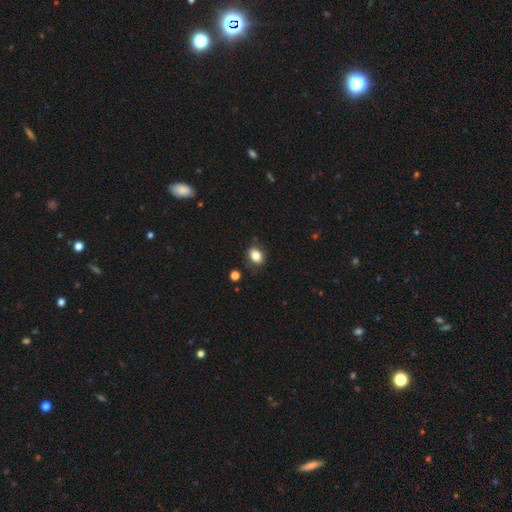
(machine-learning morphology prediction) Q: Smooth or featured?
A: smooth (82%); runner-up: star or artifact (9%)
Q: How rounded?
A: in between (69%); runner-up: round (30%)
Q: Merging?
A: none (78%); runner-up: minor disturbance (16%)